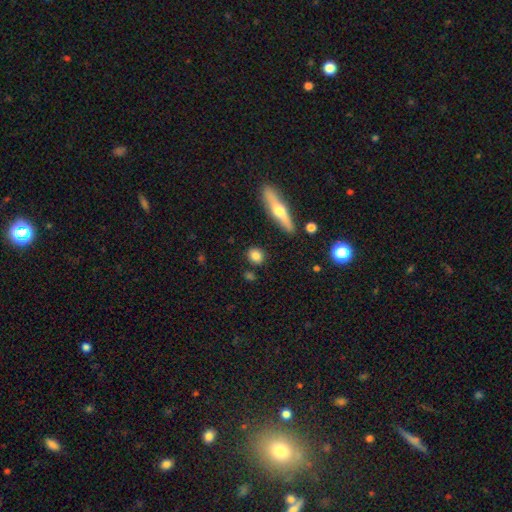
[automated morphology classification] A smooth galaxy with no disk features (81%) that is round (68%).

Vote fractions:
- Smooth or featured? smooth: 81% / featured or disk: 11% / star or artifact: 8%
- How rounded? round: 68% / in between: 26% / cigar-shaped: 6%
- Merging? none: 86% / minor disturbance: 8% / merger: 3% / major disturbance: 3%